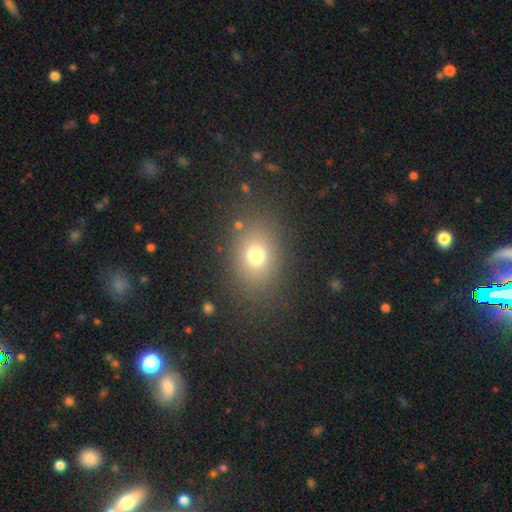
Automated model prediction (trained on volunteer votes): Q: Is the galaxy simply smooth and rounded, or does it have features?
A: smooth — 73%.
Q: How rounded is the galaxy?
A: in between — 57%.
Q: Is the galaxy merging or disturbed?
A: none — 82%.